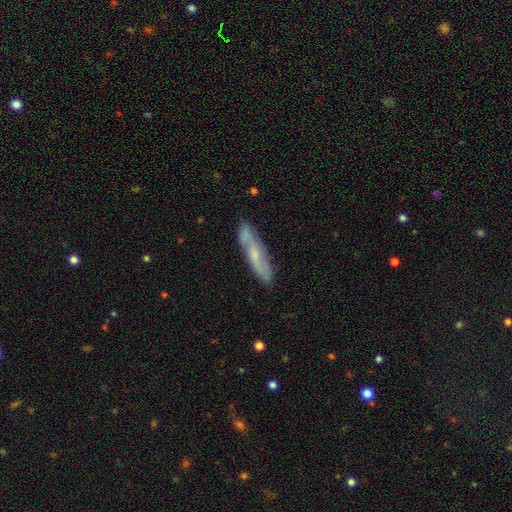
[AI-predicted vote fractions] Smooth or featured? featured or disk (56%)
Edge-on disk? no (61%)
Merging? none (77%)